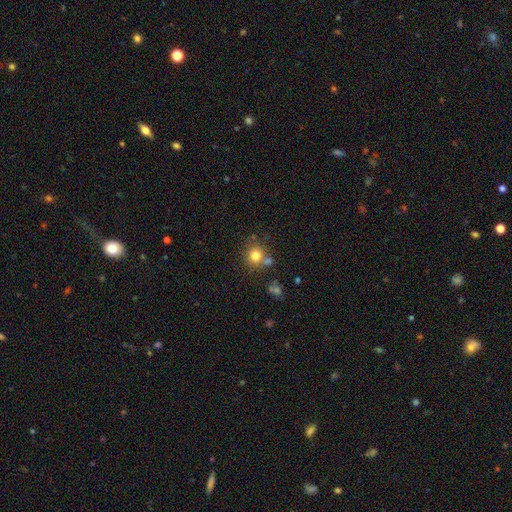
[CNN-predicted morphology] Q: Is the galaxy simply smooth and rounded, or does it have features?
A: smooth — 78%.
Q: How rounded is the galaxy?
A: round — 86%.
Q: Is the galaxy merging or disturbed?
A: none — 64%.